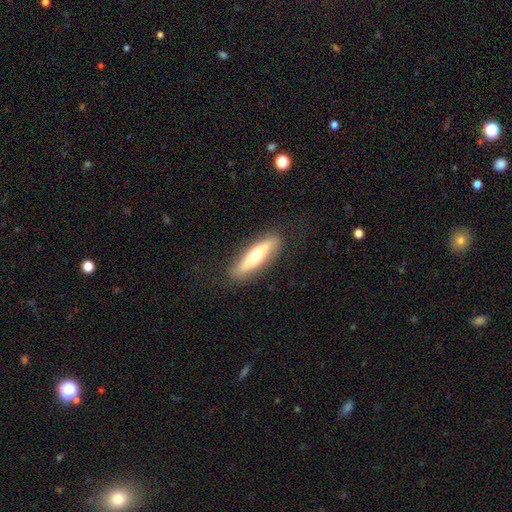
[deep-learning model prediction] Q: Smooth or featured?
A: smooth (52%); runner-up: featured or disk (42%)
Q: How rounded?
A: cigar-shaped (66%); runner-up: in between (32%)
Q: Merging?
A: none (85%); runner-up: minor disturbance (11%)